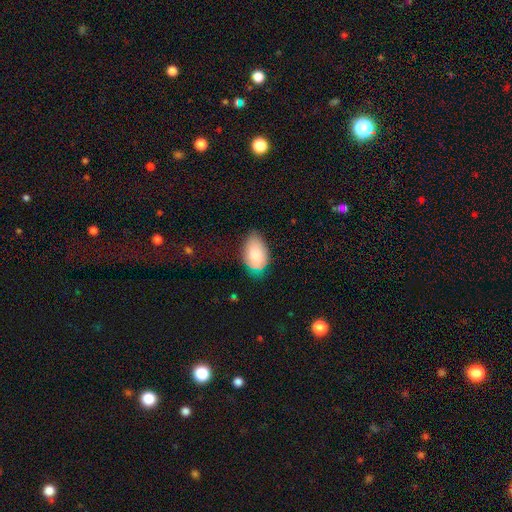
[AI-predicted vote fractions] Smooth or featured: smooth — 83% (featured or disk — 10%)
How rounded: in between — 93% (round — 6%)
Merging: none — 61% (minor disturbance — 30%)